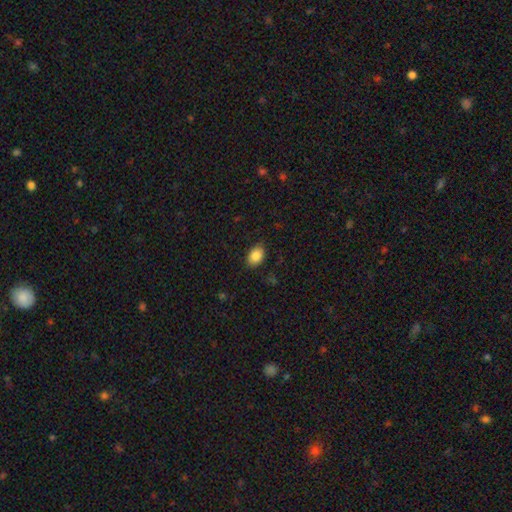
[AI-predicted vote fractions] smooth 87%, star or artifact 8%, featured or disk 5%. Down the decision tree: how rounded — in between (80%); merging — none (85%).